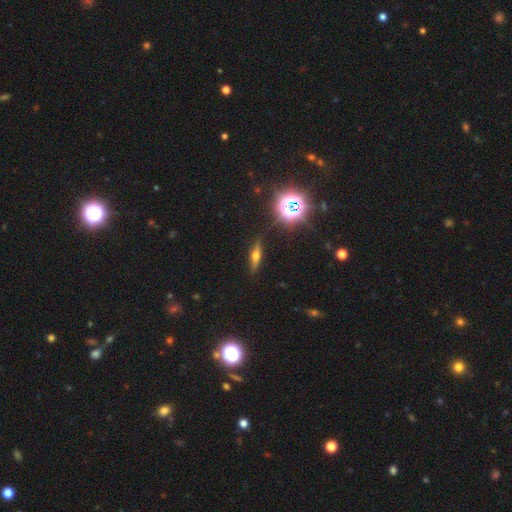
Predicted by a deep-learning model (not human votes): smooth-or-featured: featured or disk: 56% | smooth: 28% | star or artifact: 16%
  disk-edge-on: yes: 93% | no: 7%
    edge-on-bulge: rounded: 93% | boxy: 4% | none: 3%
  merging: none: 87% | minor disturbance: 9% | major disturbance: 2% | merger: 2%